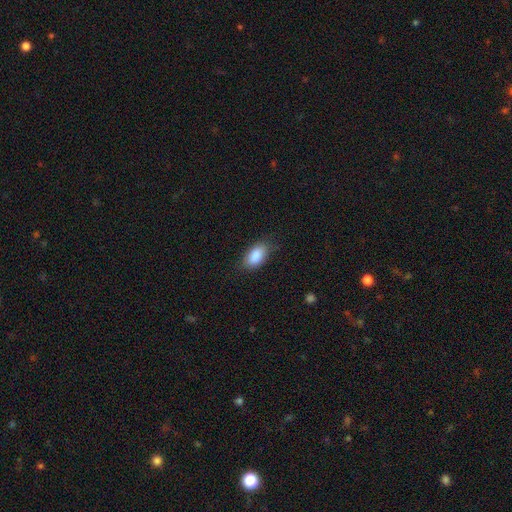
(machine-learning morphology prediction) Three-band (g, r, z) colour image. It shows a smooth galaxy with no disk features (88%) that is in between round and cigar-shaped (92%). Merging: none (77%).